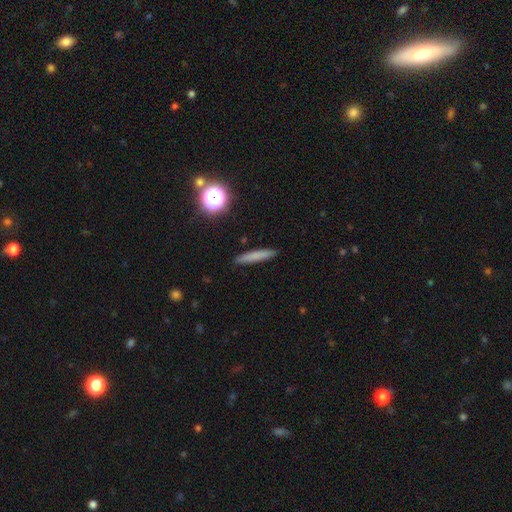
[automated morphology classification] A smooth galaxy with no disk features (72%) that is cigar-shaped (91%).

Vote fractions:
- Smooth or featured? smooth: 72% / featured or disk: 18% / star or artifact: 10%
- How rounded? cigar-shaped: 91% / in between: 6% / round: 3%
- Merging? none: 90% / minor disturbance: 7% / major disturbance: 2% / merger: 1%